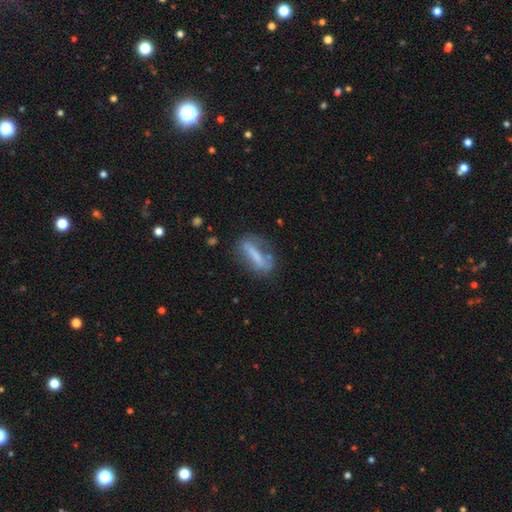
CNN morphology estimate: Smooth or featured? Predicted: smooth (p=0.52). How rounded? Predicted: cigar-shaped (p=0.60). Merging? Predicted: none (p=0.61).